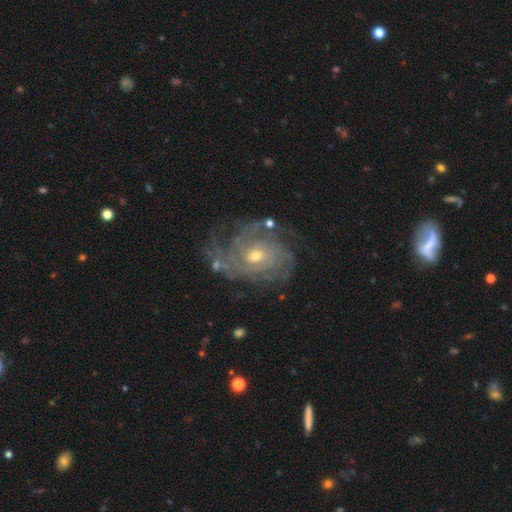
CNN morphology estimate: type=featured or disk (87%); edge-on=no (97%); bar=no (70%); spiral arms=yes (96%); winding=tight (65%); arm count=can't tell (30%); bulge=moderate (50%); merging=none (65%).